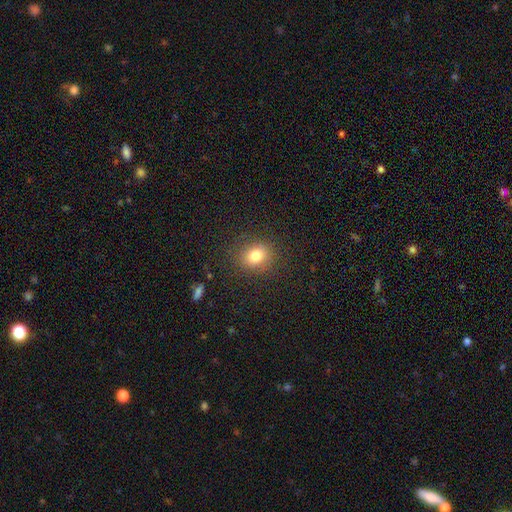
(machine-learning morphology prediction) The model was most divided on "how rounded": round: 67%, in between: 32%, cigar-shaped: 1%. More confident: merging — none (86%); smooth or featured — smooth (80%).